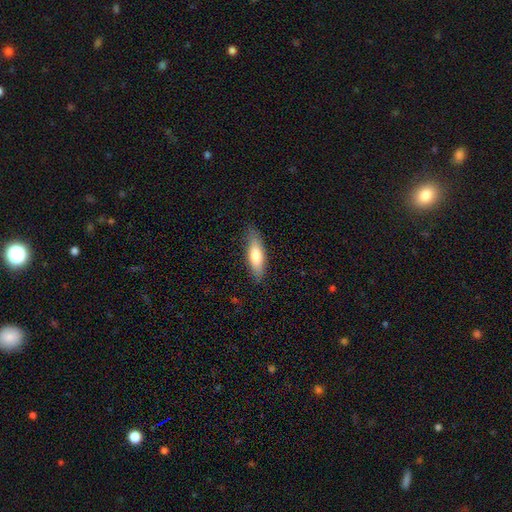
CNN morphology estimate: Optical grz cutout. It shows a smooth galaxy with no disk features (73%) that is cigar-shaped (49%, tied with in between). Merging: none (80%).